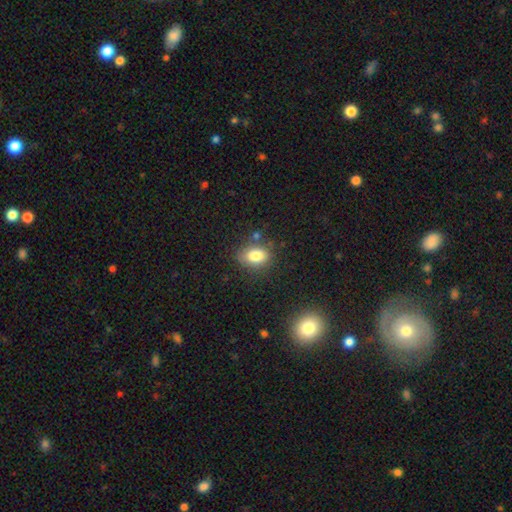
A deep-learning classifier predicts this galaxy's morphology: Smooth or featured?
  - smooth: 80% *
  - star or artifact: 10%
  - featured or disk: 10%
How rounded?
  - in between: 75% *
  - round: 23%
  - cigar-shaped: 2%
Merging?
  - none: 76% *
  - minor disturbance: 15%
  - merger: 5%
  - major disturbance: 4%